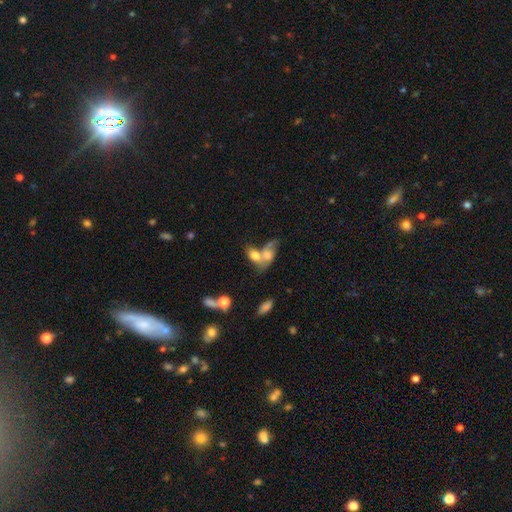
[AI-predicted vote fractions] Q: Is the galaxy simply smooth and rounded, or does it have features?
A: smooth — 64%.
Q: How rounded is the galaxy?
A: in between — 77%.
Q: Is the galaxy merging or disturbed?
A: merger — 68%.